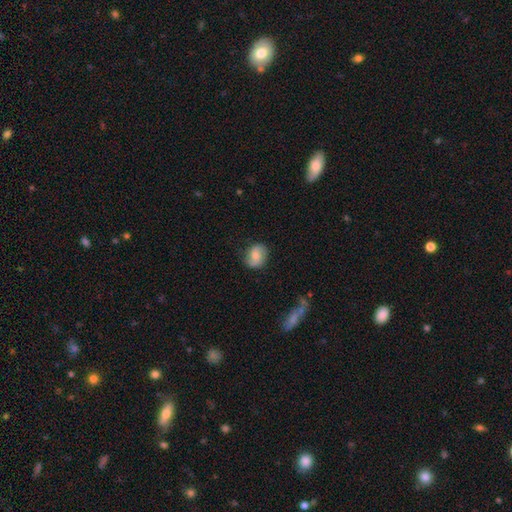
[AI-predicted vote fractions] A smooth galaxy with no disk features (60%) that is round (57%). Merging: none (77%).